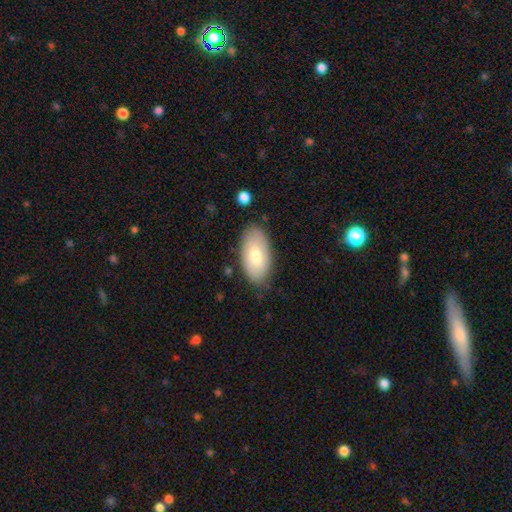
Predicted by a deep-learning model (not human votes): Smooth or featured?
  - smooth: 70% *
  - featured or disk: 24%
  - star or artifact: 6%
How rounded?
  - in between: 94% *
  - cigar-shaped: 3%
  - round: 3%
Merging?
  - none: 83% *
  - minor disturbance: 13%
  - major disturbance: 3%
  - merger: 1%